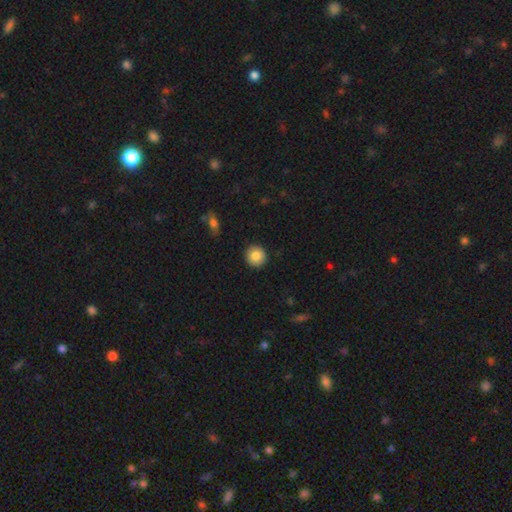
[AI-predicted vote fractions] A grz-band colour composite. It shows a smooth galaxy with no disk features (85%) that is round (94%). Merging: none (92%).